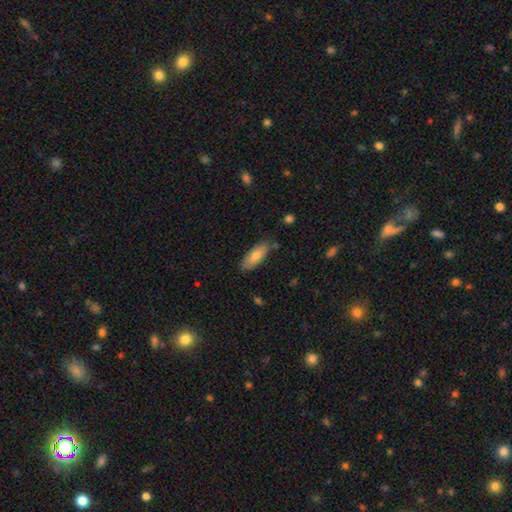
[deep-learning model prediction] Smooth or featured? Predicted: smooth (p=0.80). How rounded? Predicted: in between (p=0.74). Merging? Predicted: none (p=0.78).